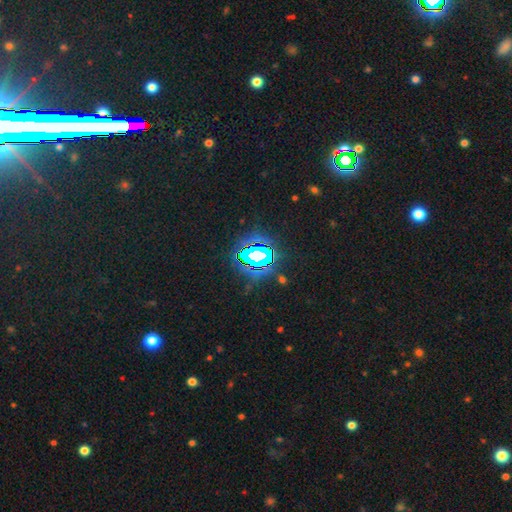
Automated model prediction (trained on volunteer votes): Morphology: type=star or artifact (73%).